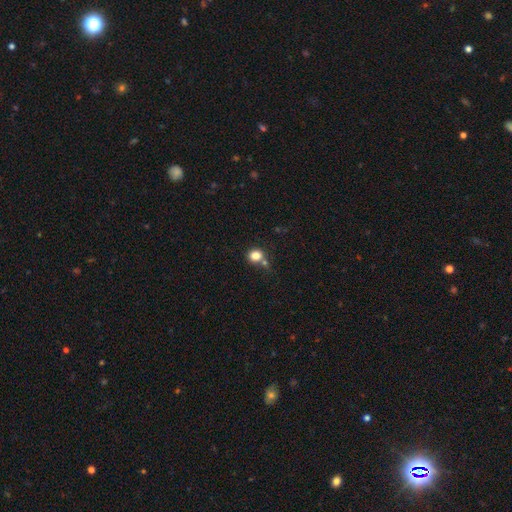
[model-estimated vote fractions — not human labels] Smooth or featured: smooth — 82% (star or artifact — 12%)
How rounded: round — 77% (in between — 22%)
Merging: none — 60% (merger — 24%)